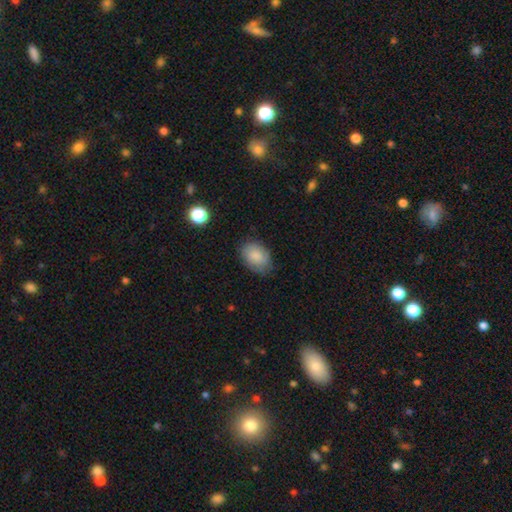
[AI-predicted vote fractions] Smooth or featured? smooth (85%)
How rounded? in between (76%)
Merging? none (74%)